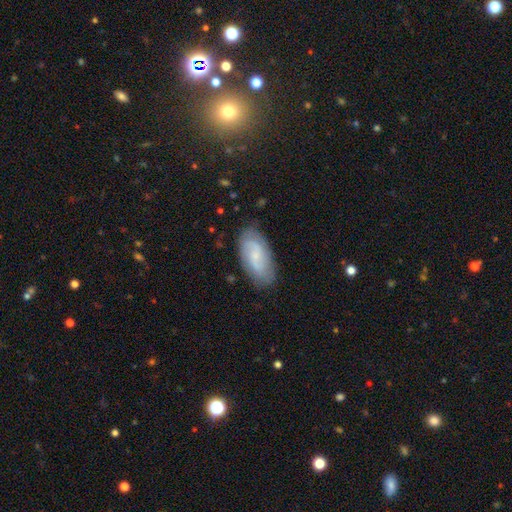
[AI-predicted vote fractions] This is likely a featured or disk galaxy (63%). It is clearly not viewed edge-on (95%). Bar: possibly no (47%). Spiral arm pattern: clearly yes (91%). Spiral arm count: likely 2 (69%). Spiral winding: marginally medium (43%). Central bulge: likely small (71%). Merging: likely none (80%).